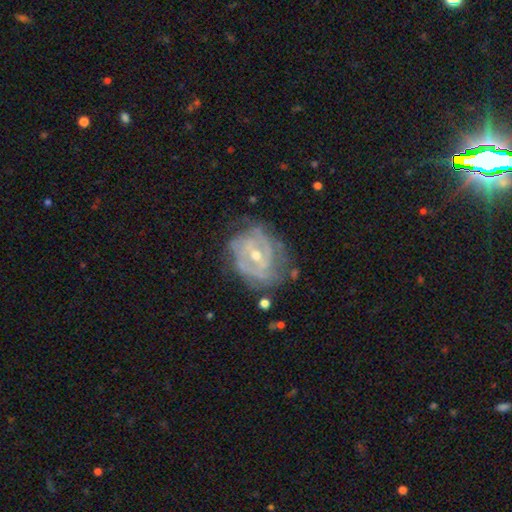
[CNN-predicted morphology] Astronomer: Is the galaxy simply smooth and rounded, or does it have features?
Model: featured or disk — 84%.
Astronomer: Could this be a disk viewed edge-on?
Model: no — 97%.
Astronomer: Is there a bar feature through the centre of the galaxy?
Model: weak — 44% (runner-up: no, 36%).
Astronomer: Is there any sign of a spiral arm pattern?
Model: yes — 84%.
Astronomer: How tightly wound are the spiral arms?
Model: tight — 58%.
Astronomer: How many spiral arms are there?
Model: can't tell — 36% (runner-up: 2, 34%).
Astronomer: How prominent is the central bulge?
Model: moderate — 50% (runner-up: small, 47%).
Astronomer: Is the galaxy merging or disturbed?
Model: none — 61%.